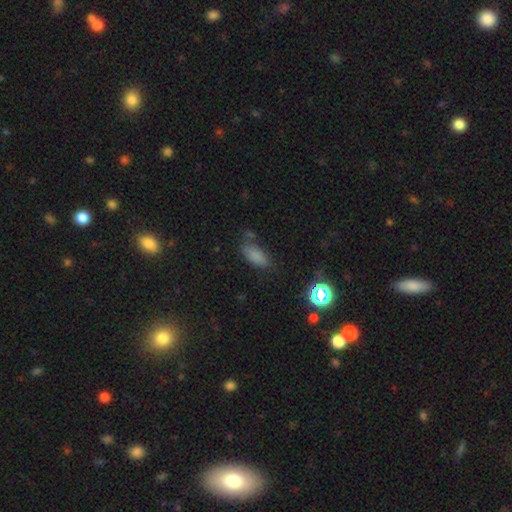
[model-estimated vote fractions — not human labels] This is likely a smooth galaxy (77%). How rounded: clearly in between (81%). Merging: likely none (60%).